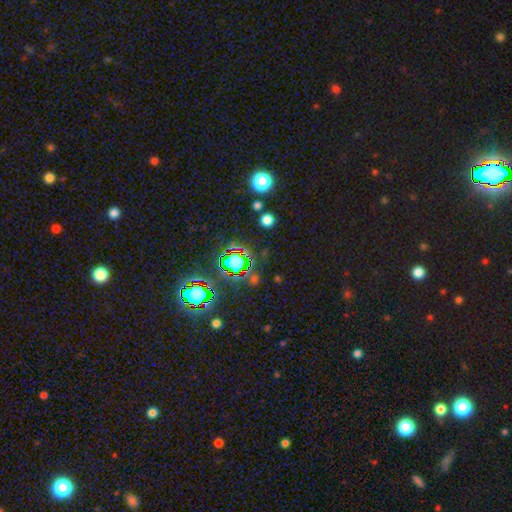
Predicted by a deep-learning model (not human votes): Smooth or featured: star or artifact — 78% (smooth — 14%)